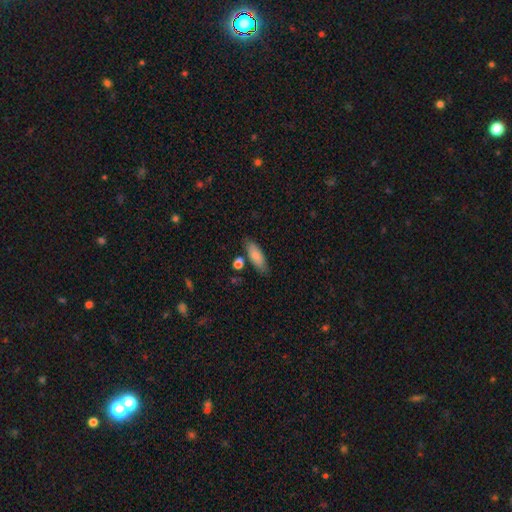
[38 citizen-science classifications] A smooth galaxy with no disk features (82%) that is in between round and cigar-shaped (58%).

Vote fractions:
- Smooth or featured? smooth: 82% / featured or disk: 11% / star or artifact: 8%
- How rounded? in between: 58% / cigar-shaped: 35% / round: 6%
- Merging? none: 63% / minor disturbance: 17% / merger: 14% / major disturbance: 6%